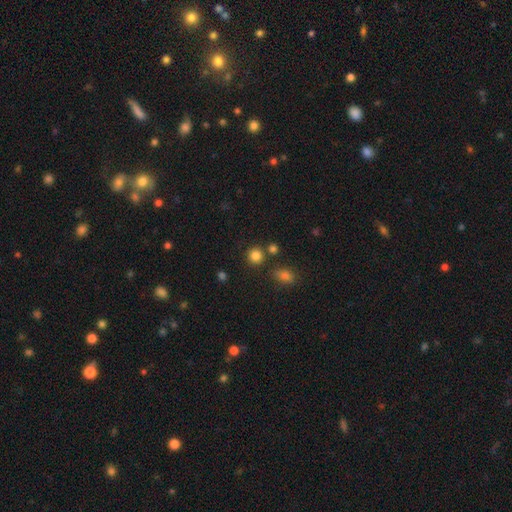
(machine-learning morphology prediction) smooth-or-featured: smooth: 83% | star or artifact: 12% | featured or disk: 5%
  how-rounded: round: 90% | in between: 9% | cigar-shaped: 1%
  merging: none: 80% | merger: 9% | minor disturbance: 8% | major disturbance: 3%